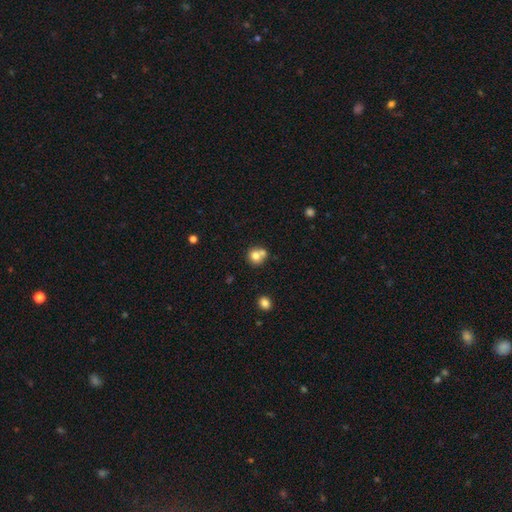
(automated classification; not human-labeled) The model was most divided on "merging": none: 48%, merger: 40%, minor disturbance: 9%, major disturbance: 3%. More confident: how rounded — round (85%); smooth or featured — smooth (76%).